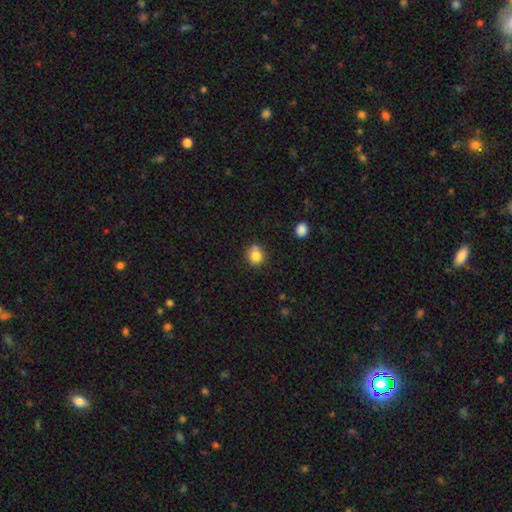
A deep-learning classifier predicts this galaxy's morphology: This is clearly a smooth galaxy (81%). How rounded: likely round (80%). Merging: likely none (69%).